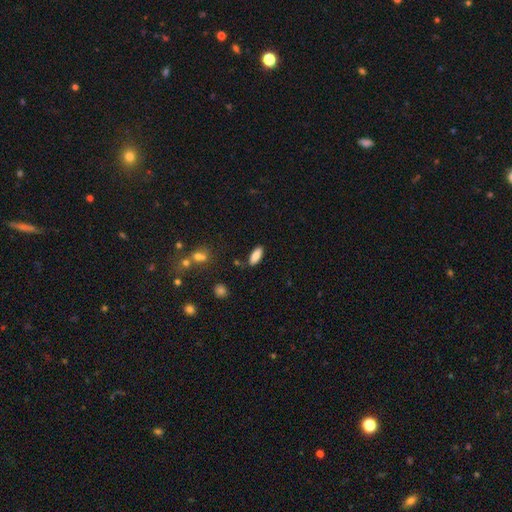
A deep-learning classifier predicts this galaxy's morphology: Overall: smooth (85%). How rounded: in between (77%). Merging: none (84%).